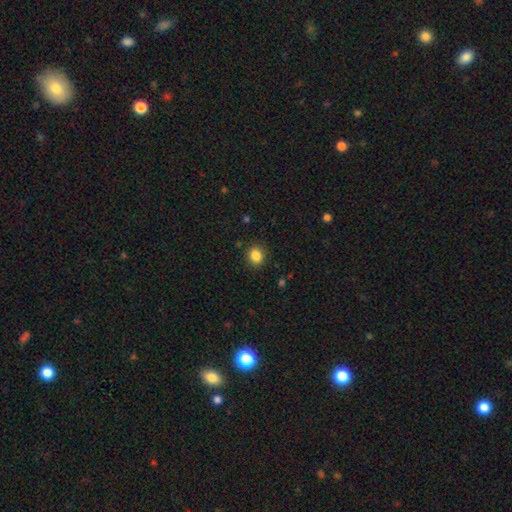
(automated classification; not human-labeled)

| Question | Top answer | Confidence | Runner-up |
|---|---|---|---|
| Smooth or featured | smooth | 86% | star or artifact (10%) |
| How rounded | round | 68% | in between (31%) |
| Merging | none | 89% | minor disturbance (7%) |